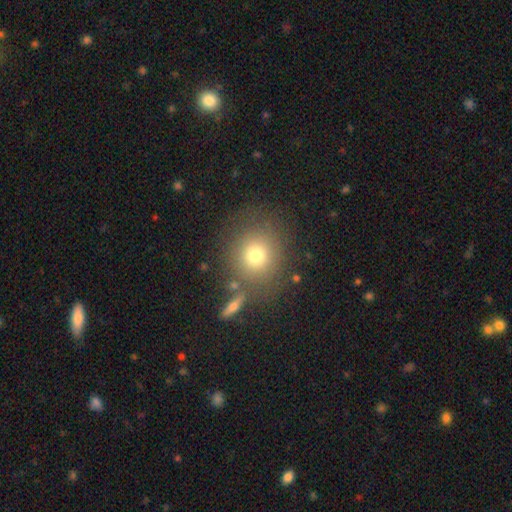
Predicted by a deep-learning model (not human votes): This is likely a smooth galaxy (73%). How rounded: clearly round (82%). Merging: likely none (76%).